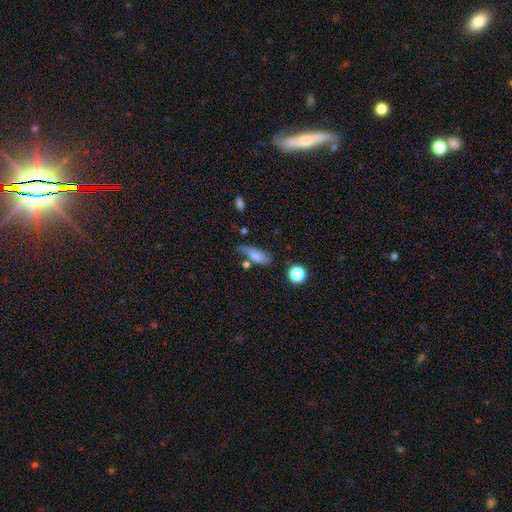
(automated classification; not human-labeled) Q: Smooth or featured?
A: smooth (76%); runner-up: featured or disk (15%)
Q: How rounded?
A: in between (64%); runner-up: cigar-shaped (32%)
Q: Merging?
A: none (51%); runner-up: minor disturbance (28%)